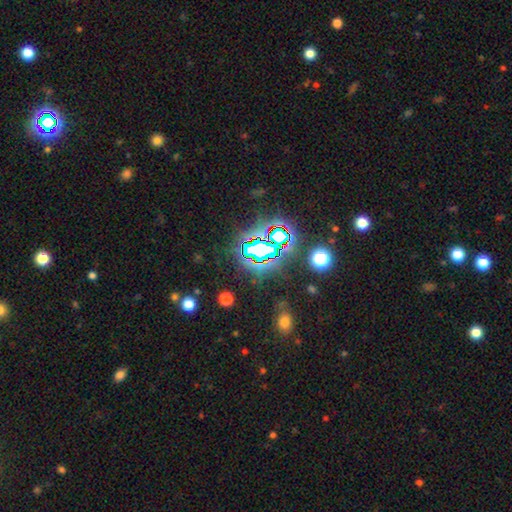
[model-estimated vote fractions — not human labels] This appears to be a star or artifact, not a galaxy (76%).